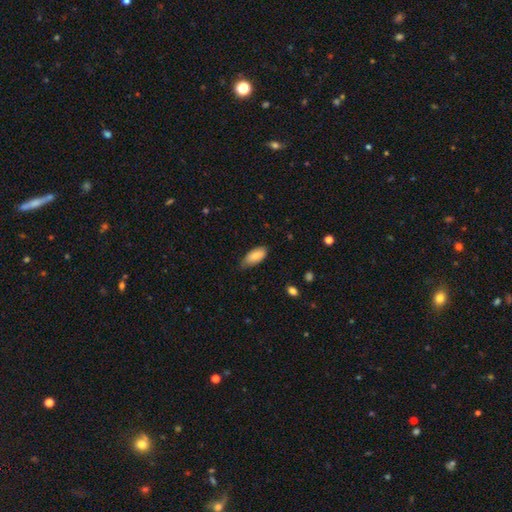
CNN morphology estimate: A smooth galaxy with no disk features (84%) that is in between round and cigar-shaped (88%).

Vote fractions:
- Smooth or featured? smooth: 84% / featured or disk: 10% / star or artifact: 6%
- How rounded? in between: 88% / cigar-shaped: 10% / round: 2%
- Merging? none: 61% / minor disturbance: 33% / major disturbance: 5% / merger: 1%